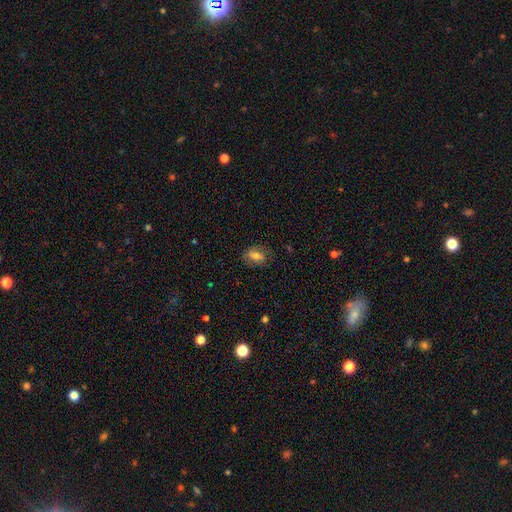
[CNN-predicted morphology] Smooth or featured? Predicted: smooth (p=0.58). How rounded? Predicted: in between (p=0.76). Merging? Predicted: none (p=0.74).